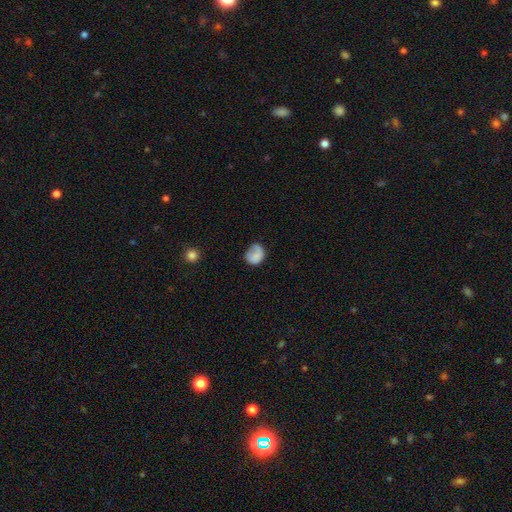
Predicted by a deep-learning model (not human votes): A smooth galaxy with no disk features (75%) that is round (64%). Merging: none (52%).